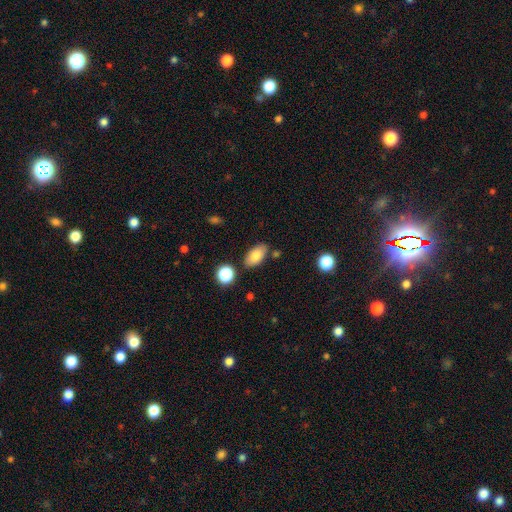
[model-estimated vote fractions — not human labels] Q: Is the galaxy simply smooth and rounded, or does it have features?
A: smooth — 82%.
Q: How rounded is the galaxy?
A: in between — 92%.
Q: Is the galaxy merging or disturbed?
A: none — 80%.